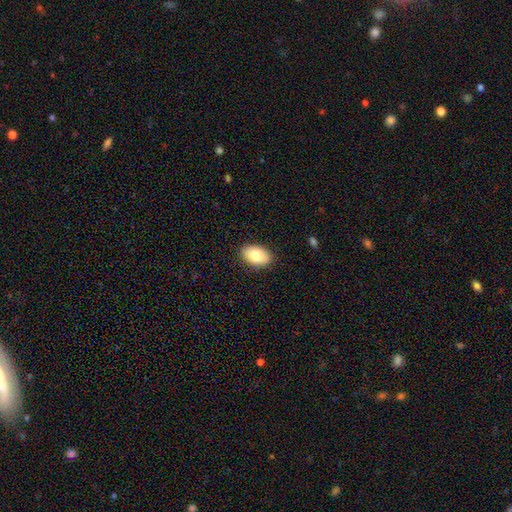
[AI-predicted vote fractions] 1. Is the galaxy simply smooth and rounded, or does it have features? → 80% smooth, 13% featured or disk, 7% star or artifact.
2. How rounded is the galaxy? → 91% in between, 8% round, 1% cigar-shaped.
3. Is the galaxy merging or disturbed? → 88% none, 9% minor disturbance, 2% major disturbance, 1% merger.